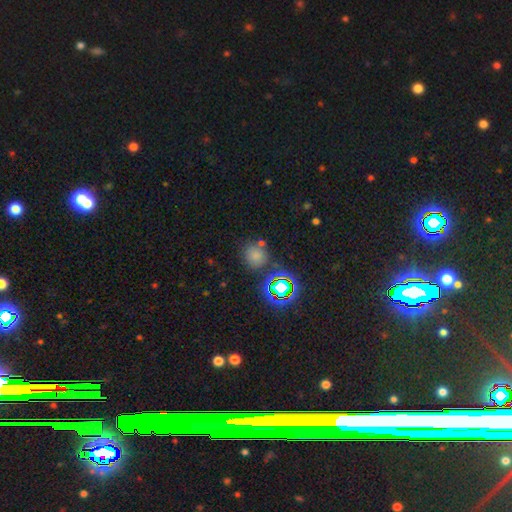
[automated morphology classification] type=smooth (65%); roundness=round (85%); merging=none (71%).